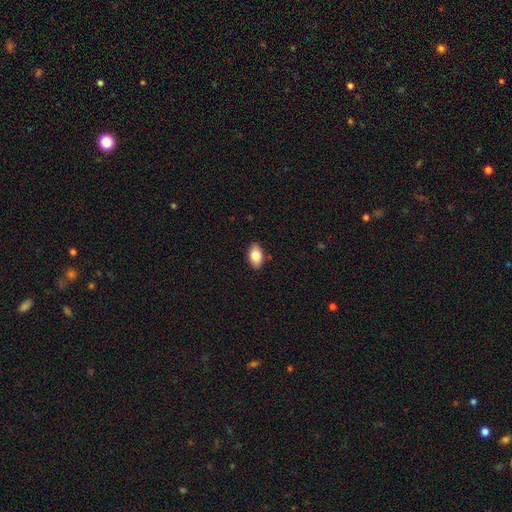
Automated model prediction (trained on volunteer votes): A smooth galaxy with no disk features (84%) that is in between round and cigar-shaped (91%). Merging: none (87%).